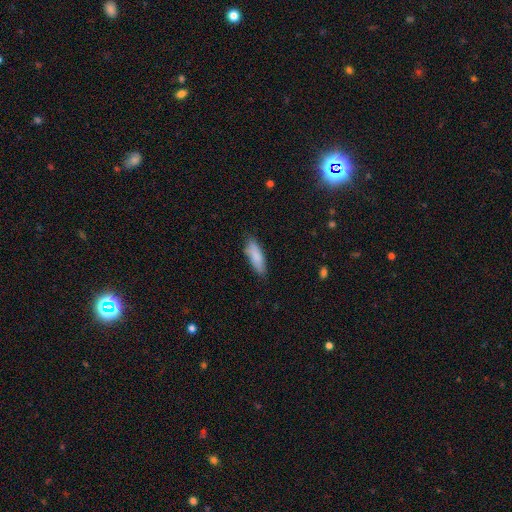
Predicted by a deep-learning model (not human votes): Smooth or featured? smooth (86%)
How rounded? in between (51%)
Merging? none (78%)